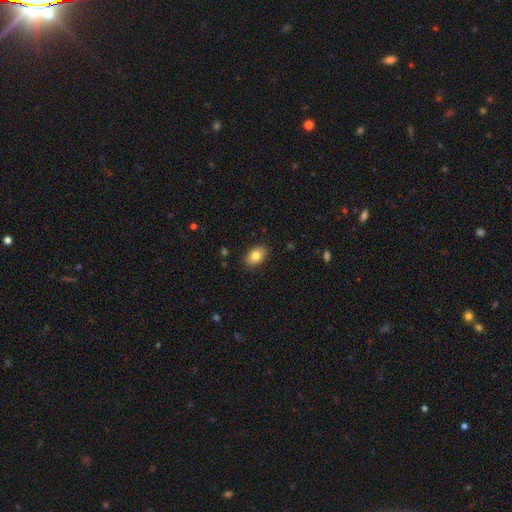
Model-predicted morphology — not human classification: type=smooth (81%); roundness=in between (87%); merging=none (87%).